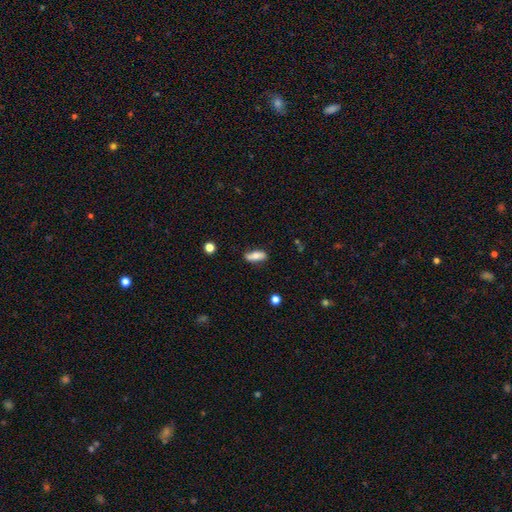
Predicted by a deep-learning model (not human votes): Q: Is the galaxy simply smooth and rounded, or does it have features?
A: smooth — 70%.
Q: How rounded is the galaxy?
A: in between — 72%.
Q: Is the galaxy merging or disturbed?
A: none — 77%.